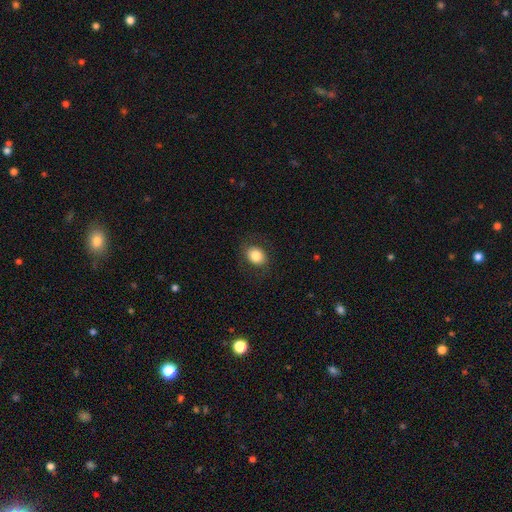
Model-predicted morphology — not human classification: A smooth galaxy with no disk features (82%) that is in between round and cigar-shaped (55%). Merging: none (81%).